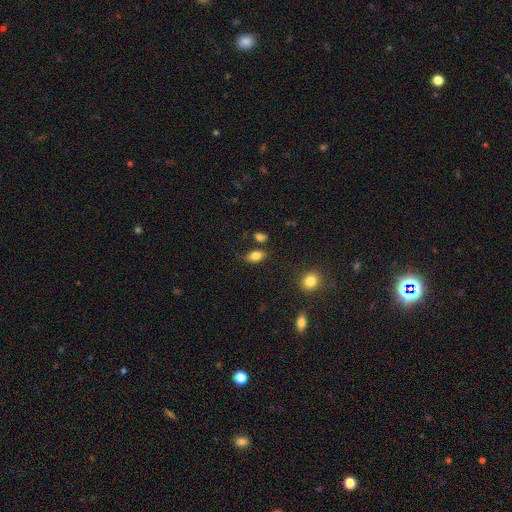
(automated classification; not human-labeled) Q: Smooth or featured?
A: smooth (83%); runner-up: star or artifact (9%)
Q: How rounded?
A: in between (87%); runner-up: round (9%)
Q: Merging?
A: none (74%); runner-up: minor disturbance (15%)